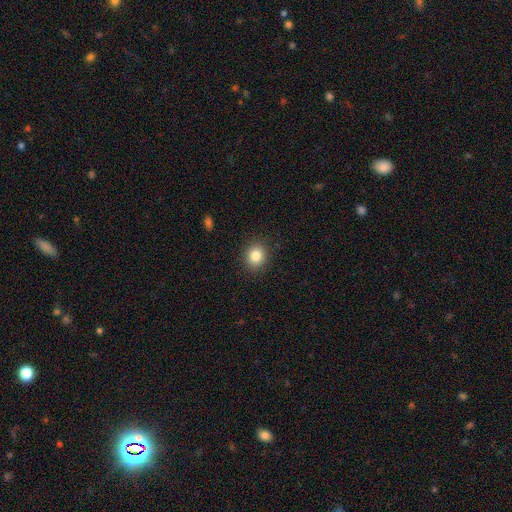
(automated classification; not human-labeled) smooth 83%, star or artifact 10%, featured or disk 6%. Down the decision tree: how rounded — round (71%); merging — none (89%).